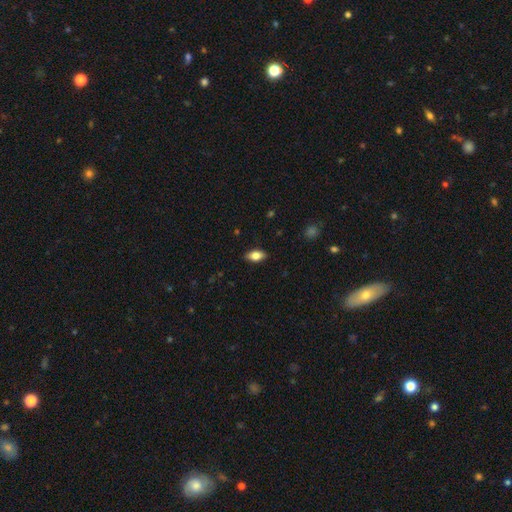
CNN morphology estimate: This is likely a smooth galaxy (77%). How rounded: clearly in between (89%). Merging: clearly none (87%).